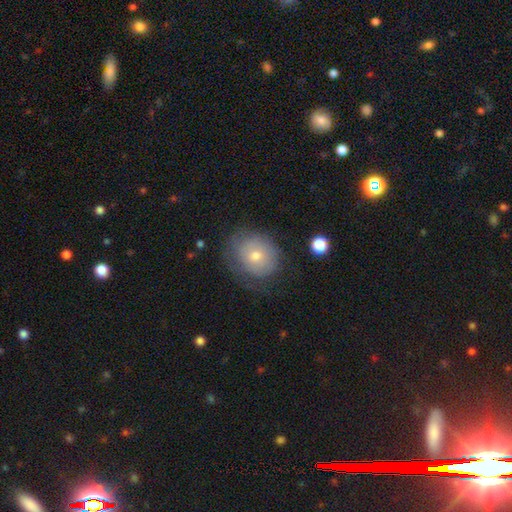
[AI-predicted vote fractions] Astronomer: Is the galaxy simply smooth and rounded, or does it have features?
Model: smooth — 61%.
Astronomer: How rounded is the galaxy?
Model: round — 70%.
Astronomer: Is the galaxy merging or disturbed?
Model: none — 64%.